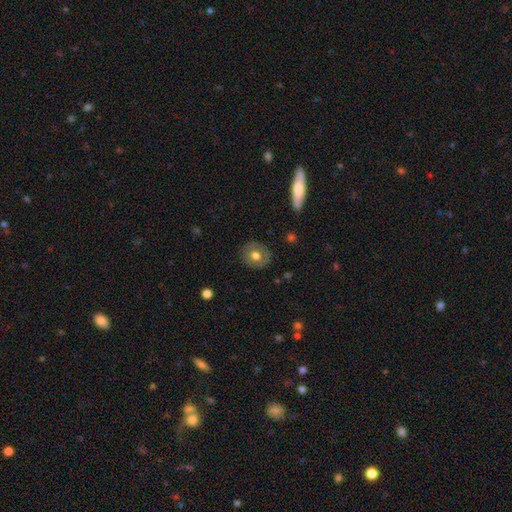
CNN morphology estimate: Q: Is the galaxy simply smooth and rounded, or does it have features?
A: smooth — 63%.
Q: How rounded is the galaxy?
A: round — 74%.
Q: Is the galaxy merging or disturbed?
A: none — 84%.